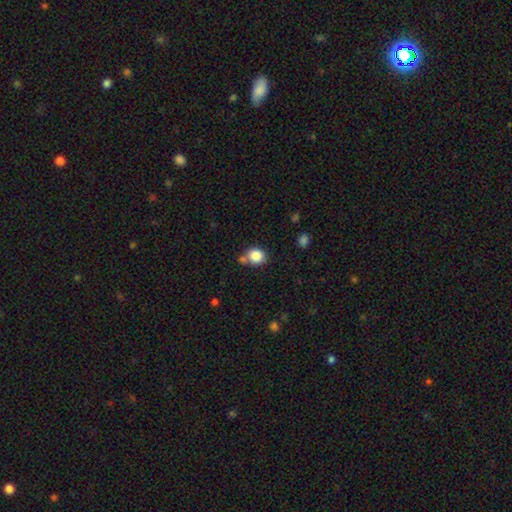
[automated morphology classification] This appears to be a smooth galaxy with no disk features (85%) that is round (77%). Merging: none (63%).